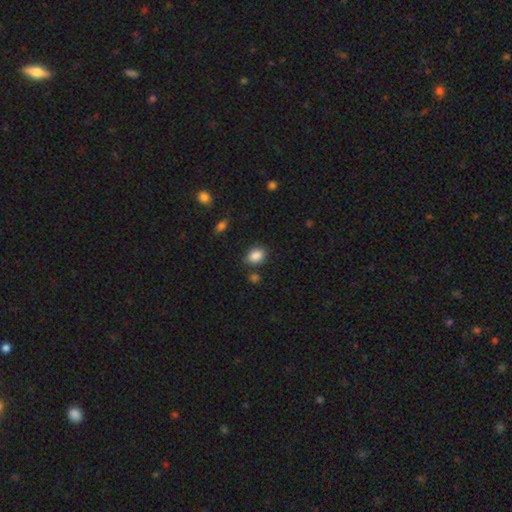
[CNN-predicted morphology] type=smooth (87%); roundness=in between (73%); merging=none (78%).